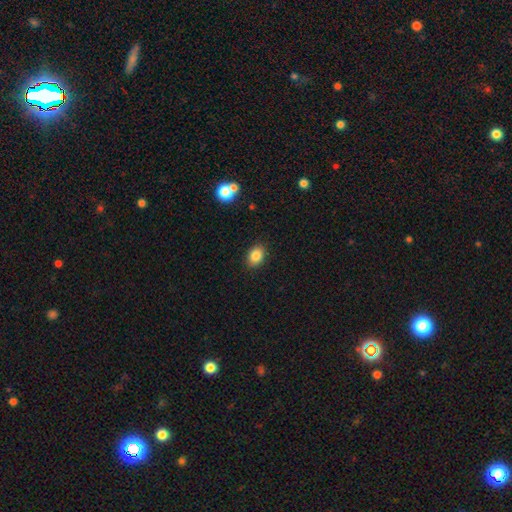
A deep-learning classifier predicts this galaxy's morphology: Smooth or featured? Predicted: smooth (p=0.85). How rounded? Predicted: in between (p=0.72). Merging? Predicted: none (p=0.89).